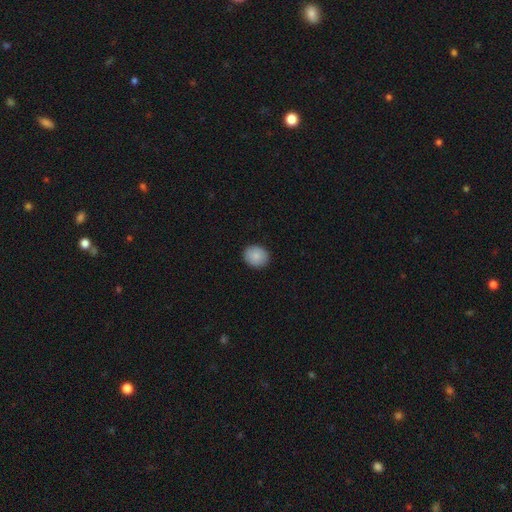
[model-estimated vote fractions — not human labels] smooth-or-featured: smooth: 88% | star or artifact: 7% | featured or disk: 5%
  how-rounded: round: 68% | in between: 31% | cigar-shaped: 1%
  merging: none: 90% | minor disturbance: 7% | major disturbance: 2% | merger: 1%